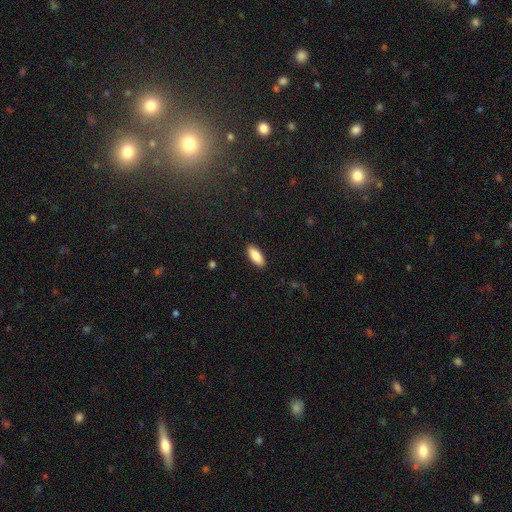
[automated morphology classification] smooth-or-featured: smooth: 85% | featured or disk: 9% | star or artifact: 6%
  how-rounded: in between: 81% | cigar-shaped: 17% | round: 2%
  merging: none: 90% | minor disturbance: 8% | major disturbance: 2% | merger: 1%